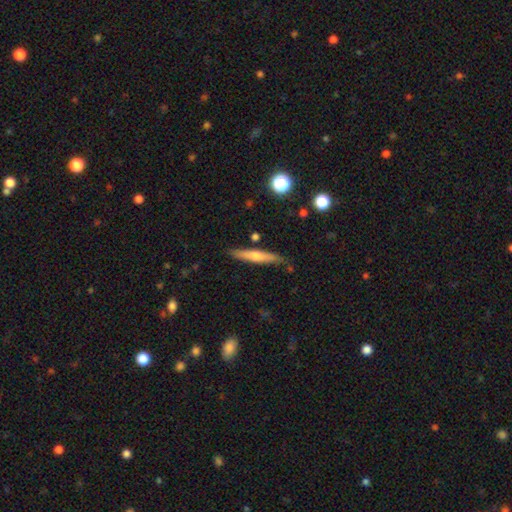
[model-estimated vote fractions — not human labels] The model was most divided on "smooth or featured": featured or disk: 47%, smooth: 46%, star or artifact: 7%. More confident: merging — none (84%).